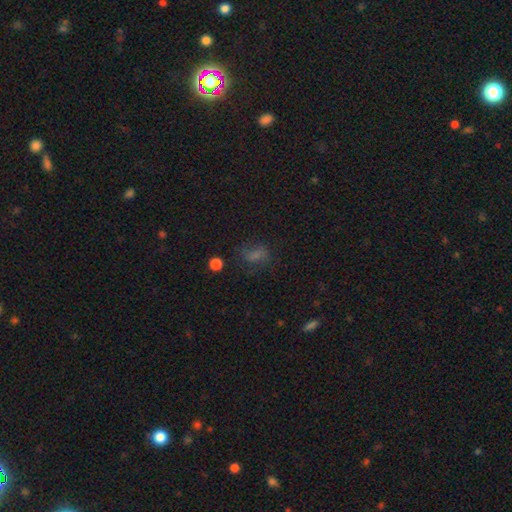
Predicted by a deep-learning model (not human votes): A smooth galaxy with no disk features (46%).

Vote fractions:
- Smooth or featured? smooth: 46% / star or artifact: 31% / featured or disk: 23%
- Merging? none: 62% / minor disturbance: 21% / major disturbance: 15% / merger: 3%